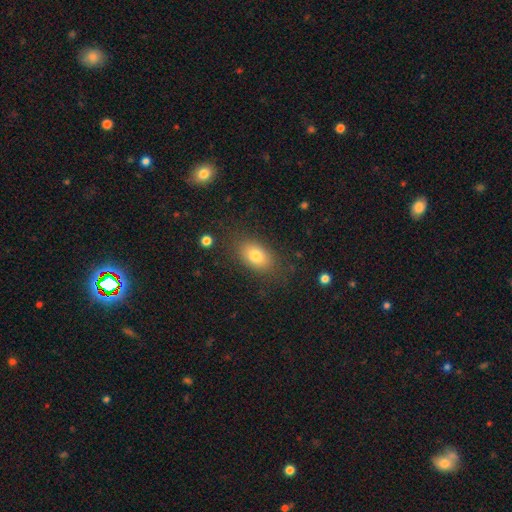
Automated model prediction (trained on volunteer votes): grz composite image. It shows a smooth galaxy with no disk features (78%) that is in between round and cigar-shaped (85%). Merging: none (80%).